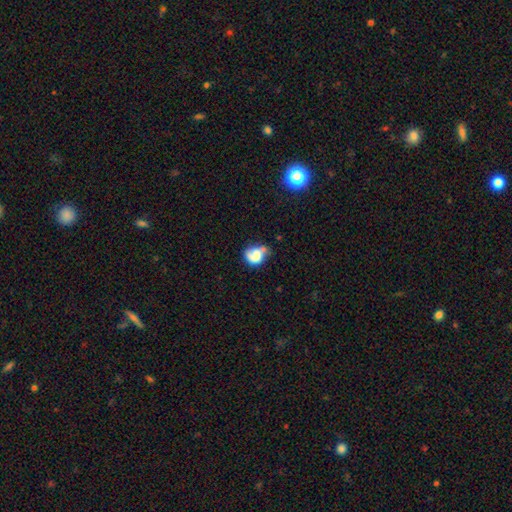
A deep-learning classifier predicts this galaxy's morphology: Overall: smooth (49%; featured or disk 41%). Merging: none (37%; minor disturbance 30%).